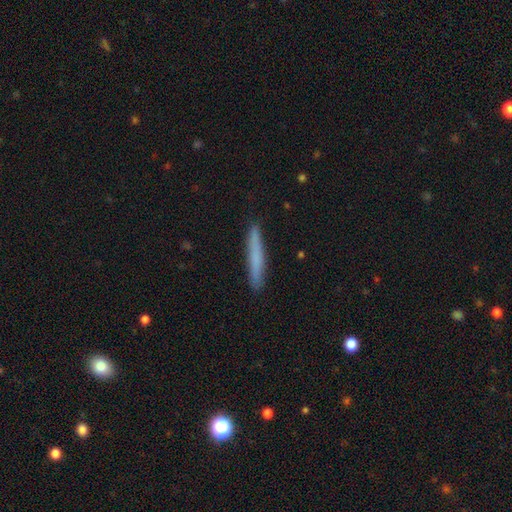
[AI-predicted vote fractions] Smooth or featured? smooth (70%)
How rounded? cigar-shaped (96%)
Merging? none (91%)